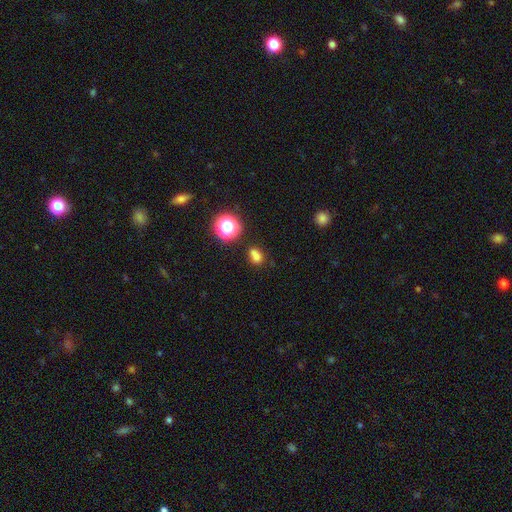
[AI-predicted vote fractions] The model was most divided on "how rounded": in between: 50%, round: 48%, cigar-shaped: 2%. More confident: smooth or featured — smooth (72%); merging — none (53%).